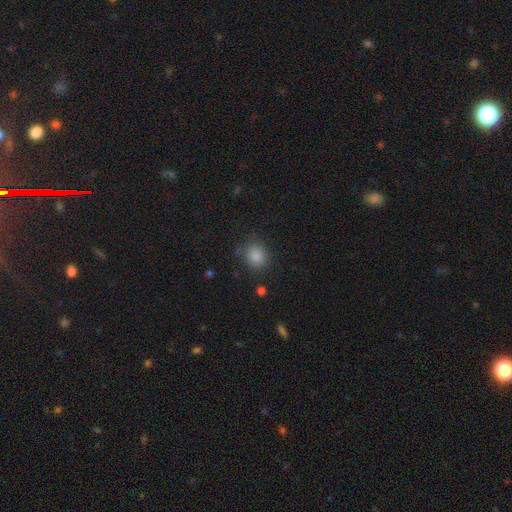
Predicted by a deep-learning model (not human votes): This is clearly a smooth galaxy (84%). How rounded: likely round (72%). Merging: clearly none (81%).